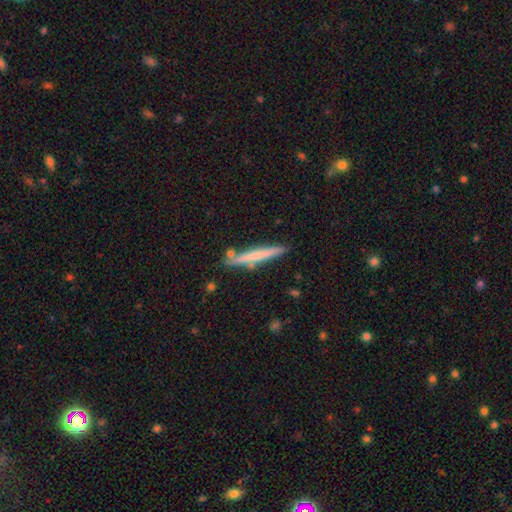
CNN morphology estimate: Smooth or featured: smooth — 55% (featured or disk — 39%)
How rounded: cigar-shaped — 96% (in between — 3%)
Merging: none — 82% (minor disturbance — 11%)